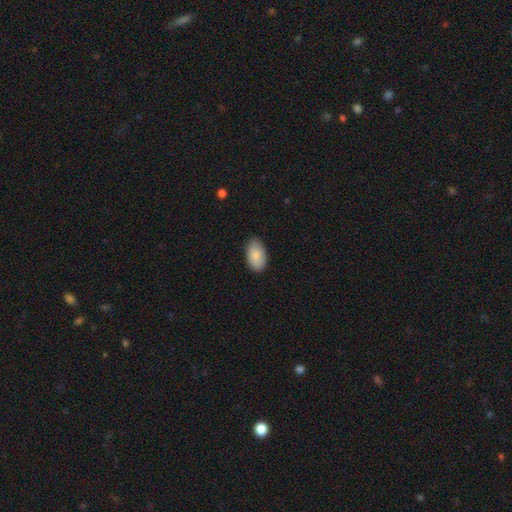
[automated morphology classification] smooth_or_featured: smooth (p=0.86) [alt: featured or disk p=0.08]
how_rounded: in between (p=0.94) [alt: round p=0.04]
merging: none (p=0.83) [alt: minor disturbance p=0.14]